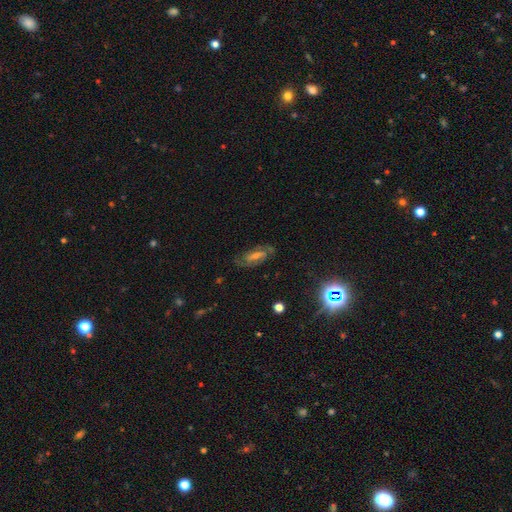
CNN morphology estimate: This is likely a featured or disk galaxy (66%). It is clearly not viewed edge-on (89%). Bar: marginally weak (44%). Spiral arm pattern: clearly yes (89%). Spiral arm count: likely 2 (75%). Spiral winding: possibly medium (46%). Central bulge: marginally small (44%). Merging: likely none (78%).